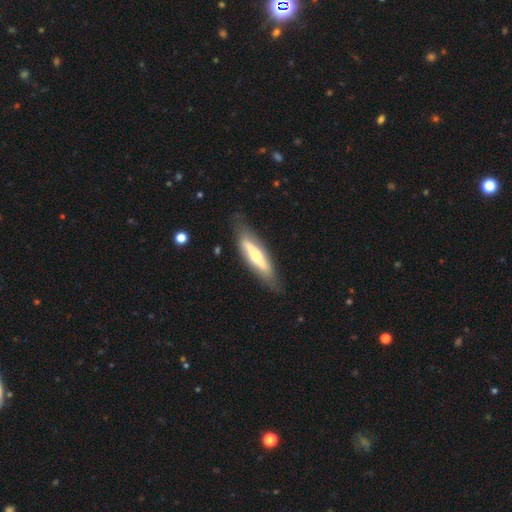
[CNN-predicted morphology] A featured or disk galaxy (56%) viewed edge-on (67%).

Vote fractions:
- Smooth or featured? featured or disk: 56% / smooth: 39% / star or artifact: 5%
- Edge-on disk? yes: 67% / no: 33%
- Merging? none: 75% / minor disturbance: 18% / major disturbance: 6% / merger: 2%